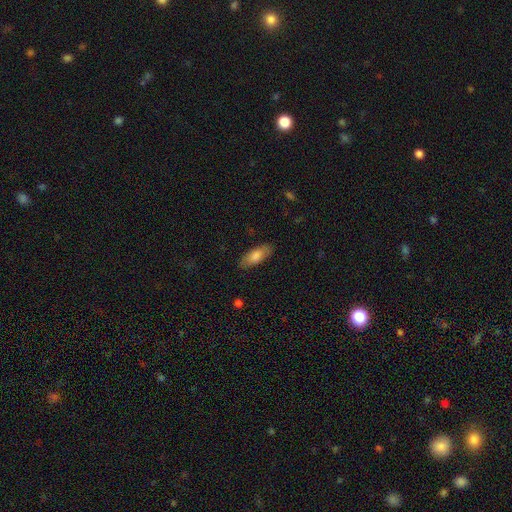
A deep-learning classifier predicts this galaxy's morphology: Q: Smooth or featured?
A: smooth (77%); runner-up: featured or disk (17%)
Q: How rounded?
A: in between (77%); runner-up: cigar-shaped (21%)
Q: Merging?
A: none (85%); runner-up: minor disturbance (11%)